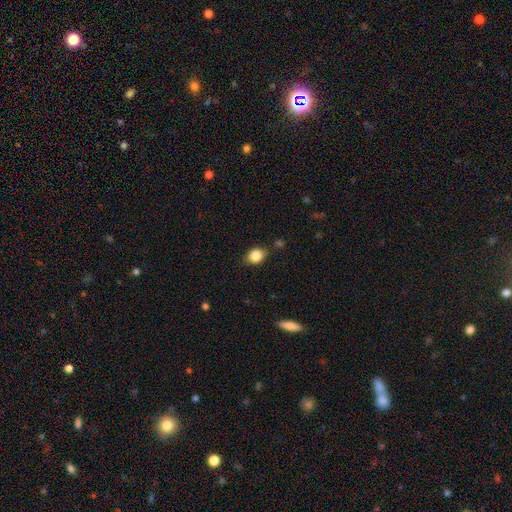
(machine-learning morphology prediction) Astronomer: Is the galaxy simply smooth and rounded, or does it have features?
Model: smooth — 84%.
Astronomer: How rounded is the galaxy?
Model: in between — 54% (runner-up: round, 45%).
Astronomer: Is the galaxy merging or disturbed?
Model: none — 74%.